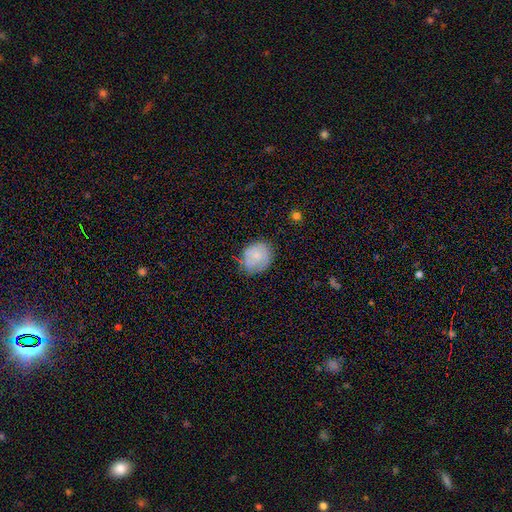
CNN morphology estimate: The model was most divided on "how rounded": round: 65%, in between: 34%, cigar-shaped: 1%. More confident: smooth or featured — smooth (65%); merging — none (64%).